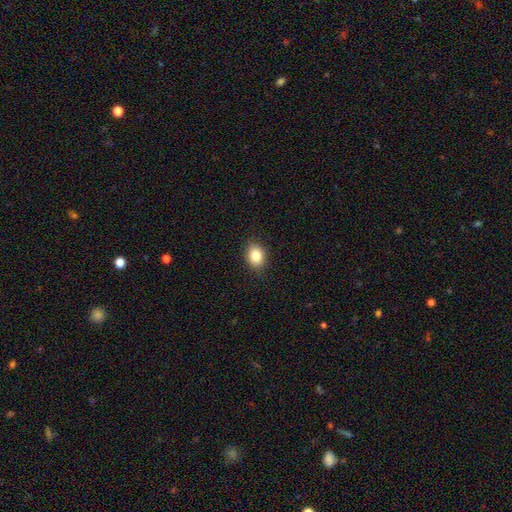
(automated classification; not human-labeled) The model was most divided on "how rounded": in between: 60%, round: 39%, cigar-shaped: 1%. More confident: merging — none (88%); smooth or featured — smooth (84%).